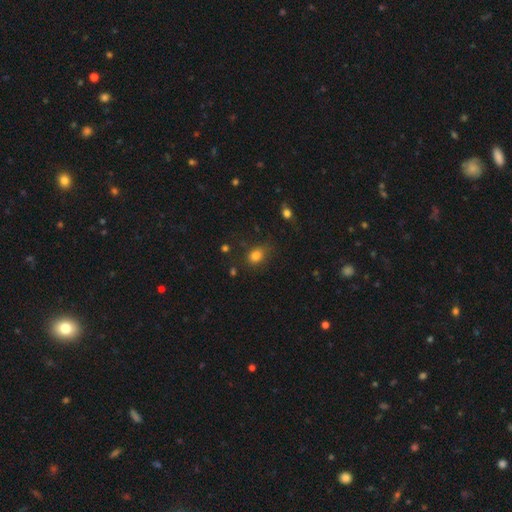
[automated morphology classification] A smooth galaxy with no disk features (81%) that is in between round and cigar-shaped (53%).

Vote fractions:
- Smooth or featured? smooth: 81% / star or artifact: 13% / featured or disk: 6%
- How rounded? in between: 53% / round: 45% / cigar-shaped: 1%
- Merging? none: 68% / minor disturbance: 21% / major disturbance: 8% / merger: 3%